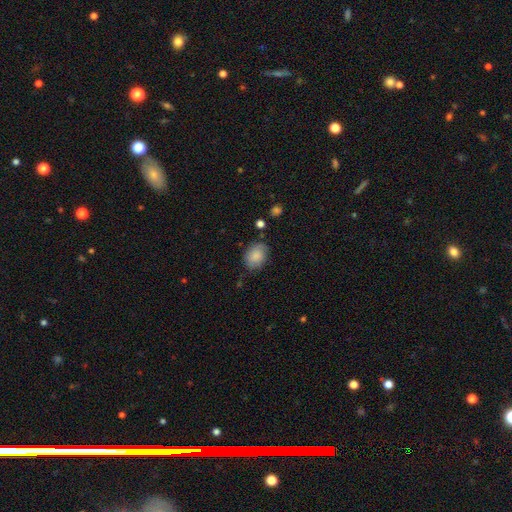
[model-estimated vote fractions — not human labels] A smooth galaxy with no disk features (83%) that is in between round and cigar-shaped (67%). Merging: none (73%).